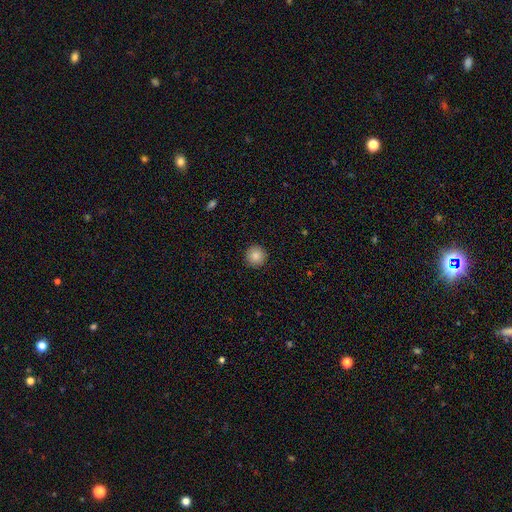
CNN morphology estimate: smooth 87%, star or artifact 9%, featured or disk 5%. Down the decision tree: how rounded — round (95%); merging — none (93%).